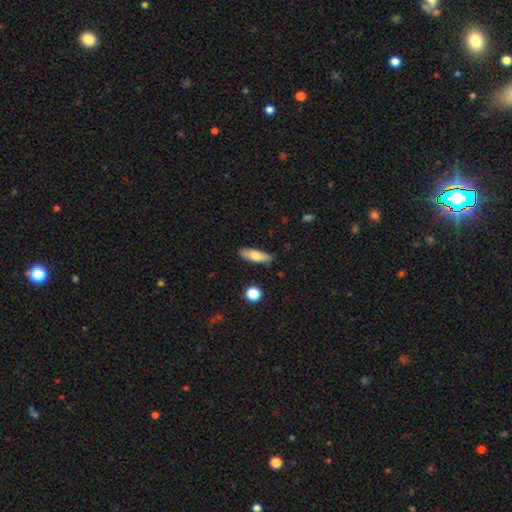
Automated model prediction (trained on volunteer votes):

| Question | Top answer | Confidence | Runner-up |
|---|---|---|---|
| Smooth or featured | smooth | 73% | featured or disk (21%) |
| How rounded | in between | 52% | cigar-shaped (45%) |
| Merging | none | 85% | minor disturbance (11%) |